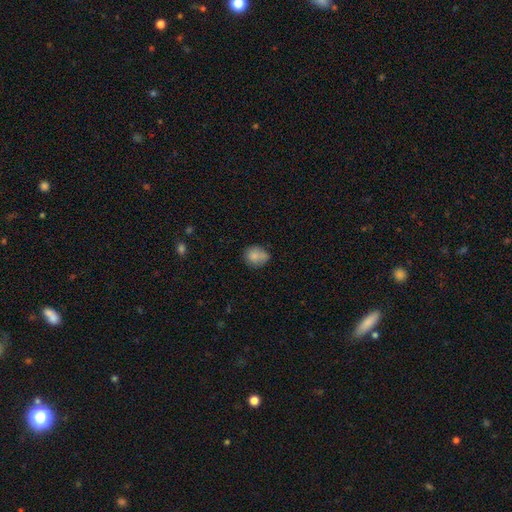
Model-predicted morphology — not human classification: type=smooth (79%); roundness=round (65%); merging=none (54%).